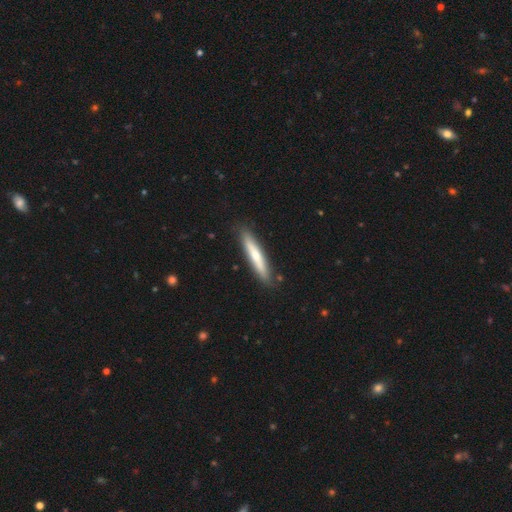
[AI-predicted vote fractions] Smooth or featured?
  - smooth: 58% *
  - featured or disk: 37%
  - star or artifact: 5%
How rounded?
  - cigar-shaped: 92% *
  - in between: 7%
  - round: 1%
Merging?
  - none: 87% *
  - minor disturbance: 9%
  - major disturbance: 2%
  - merger: 2%